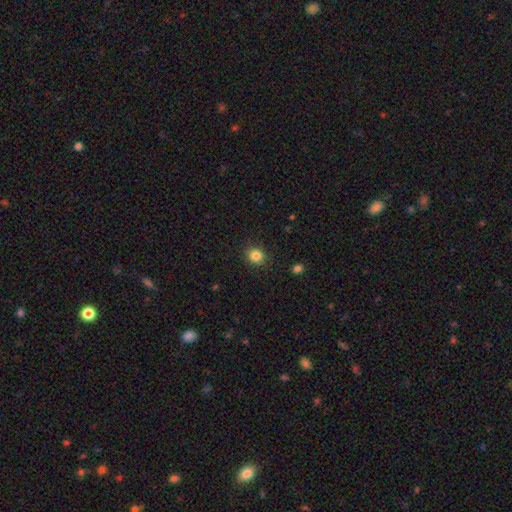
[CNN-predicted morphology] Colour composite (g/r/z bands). It shows a smooth galaxy with no disk features (84%) that is round (84%). Merging: none (90%).